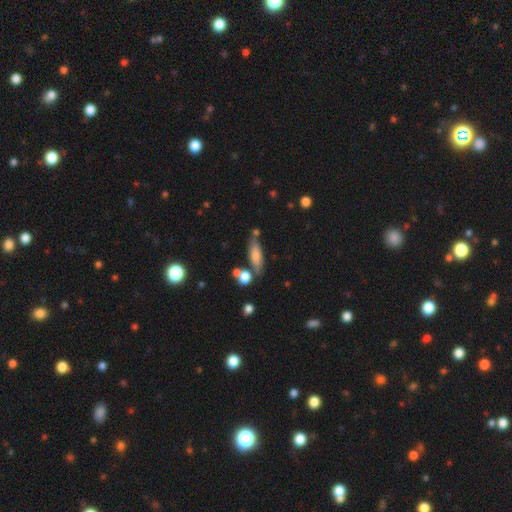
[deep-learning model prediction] Morphology: type=smooth (70%); roundness=cigar-shaped (49%); merging=none (69%).